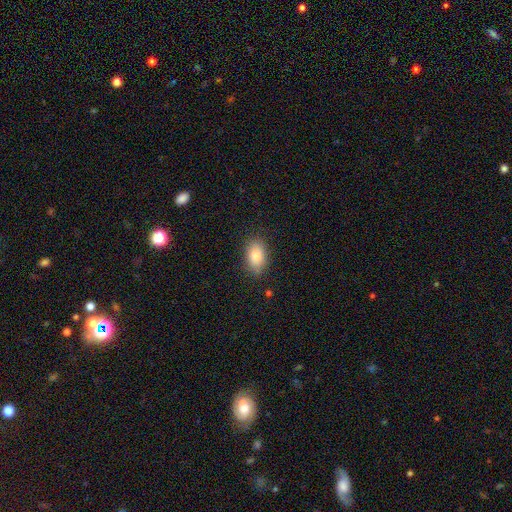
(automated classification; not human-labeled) Smooth or featured: smooth — 82% (featured or disk — 10%)
How rounded: in between — 89% (round — 9%)
Merging: none — 84% (minor disturbance — 13%)